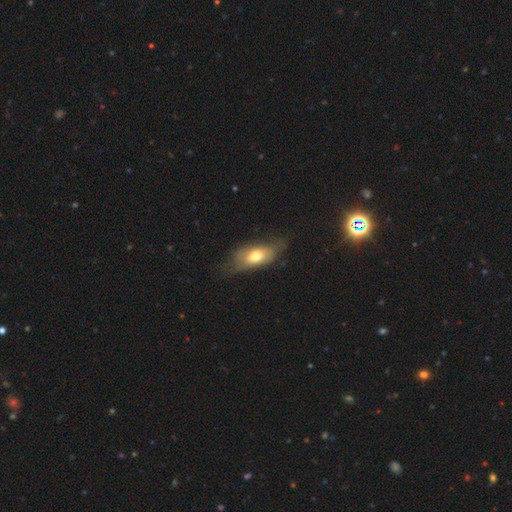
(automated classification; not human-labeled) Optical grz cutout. It shows a smooth galaxy with no disk features (61%) that is in between round and cigar-shaped (83%). Merging: none (56%).